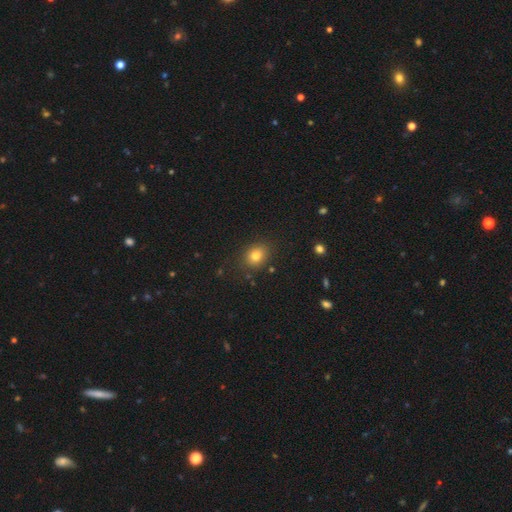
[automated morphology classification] type=smooth (80%); roundness=round (51%); merging=none (83%).